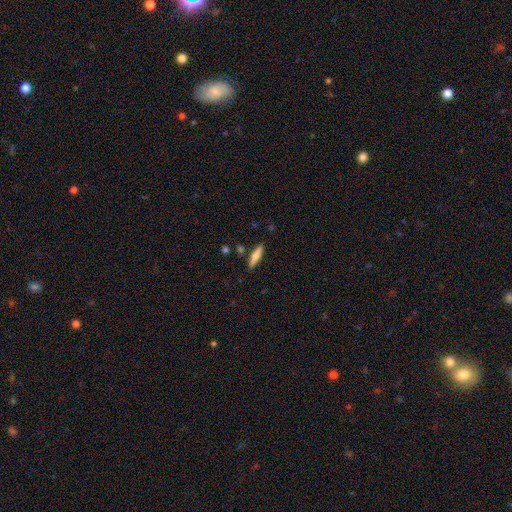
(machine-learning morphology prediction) Smooth or featured? smooth (67%)
How rounded? cigar-shaped (73%)
Merging? none (85%)